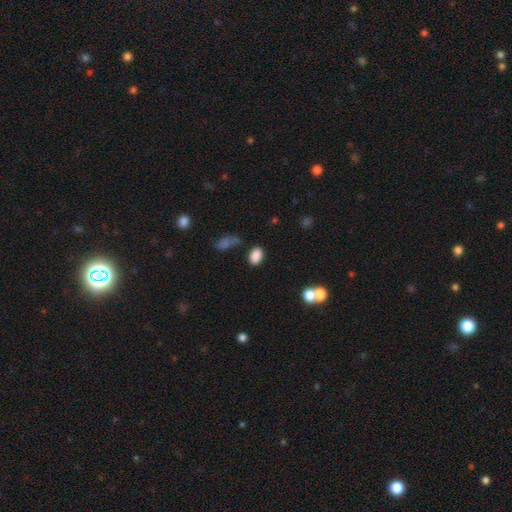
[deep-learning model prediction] A smooth galaxy with no disk features (86%) that is in between round and cigar-shaped (85%).

Vote fractions:
- Smooth or featured? smooth: 86% / star or artifact: 10% / featured or disk: 4%
- How rounded? in between: 85% / round: 14% / cigar-shaped: 1%
- Merging? none: 76% / minor disturbance: 14% / merger: 6% / major disturbance: 5%